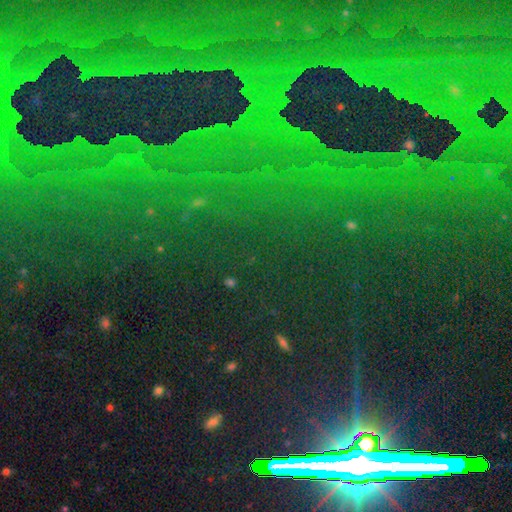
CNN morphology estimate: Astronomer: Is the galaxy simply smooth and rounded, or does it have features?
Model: star or artifact — 83%.